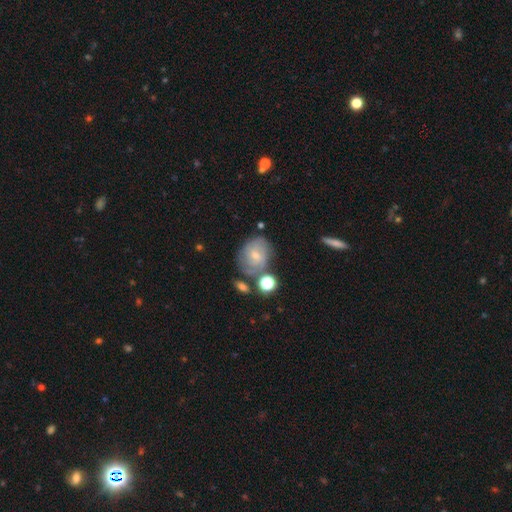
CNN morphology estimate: A featured or disk galaxy (57%) with no bar (57%), spiral arms (82%) and a small central bulge (61%). Merging: none (58%).